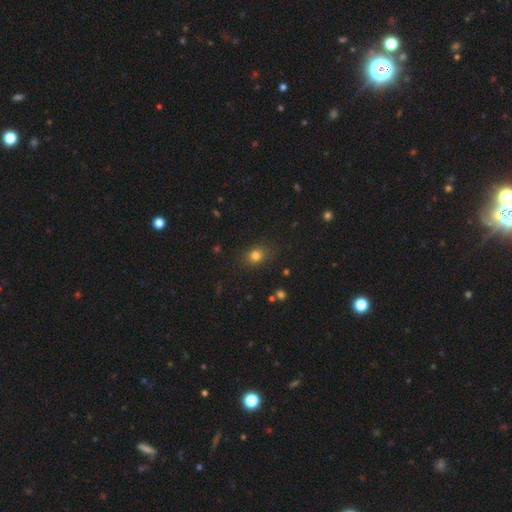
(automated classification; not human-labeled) Smooth or featured? smooth (78%)
How rounded? round (61%)
Merging? none (82%)